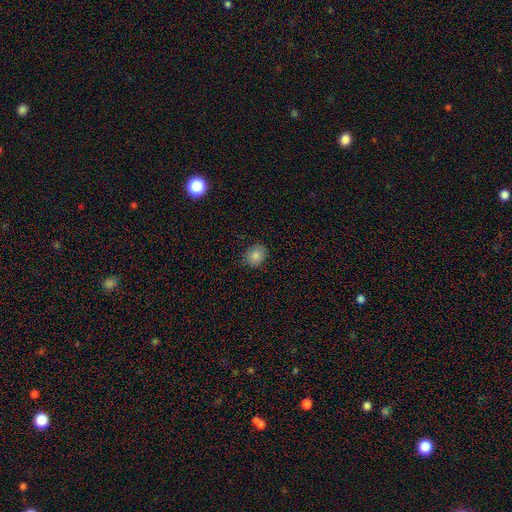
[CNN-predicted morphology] The model was most divided on "how rounded": round: 62%, in between: 37%, cigar-shaped: 1%. More confident: merging — none (85%); smooth or featured — smooth (84%).